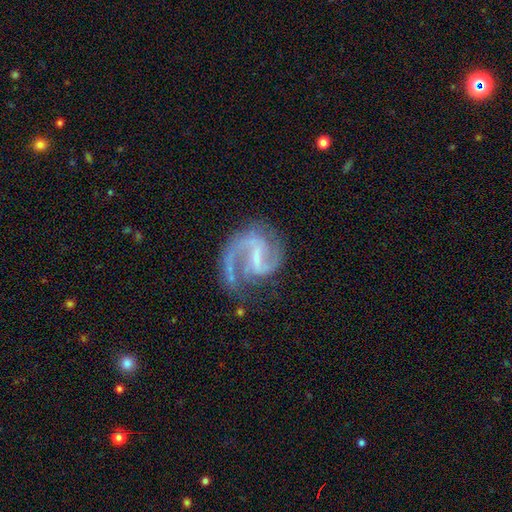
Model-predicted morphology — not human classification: A featured or disk galaxy (91%) with a weak bar (52%), 2 (84%) medium (57%) spiral arms (98%) and a small central bulge (53%). Merging: none (63%).